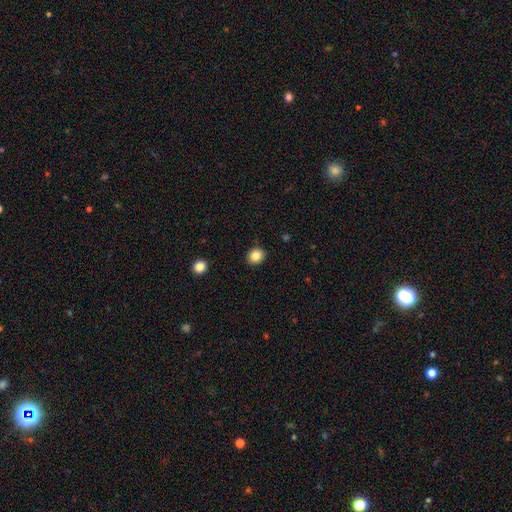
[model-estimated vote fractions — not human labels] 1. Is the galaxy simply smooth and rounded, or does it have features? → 85% smooth, 10% star or artifact, 5% featured or disk.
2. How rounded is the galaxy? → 74% round, 25% in between, 1% cigar-shaped.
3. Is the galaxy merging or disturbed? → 91% none, 6% minor disturbance, 2% major disturbance, 1% merger.